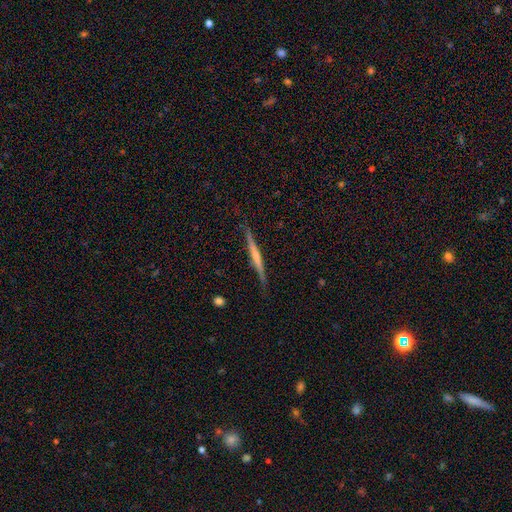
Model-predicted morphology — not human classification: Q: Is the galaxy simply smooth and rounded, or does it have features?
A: featured or disk — 62%.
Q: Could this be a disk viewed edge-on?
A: yes — 97%.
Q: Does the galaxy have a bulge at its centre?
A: none — 56%.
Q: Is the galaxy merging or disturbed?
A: none — 84%.